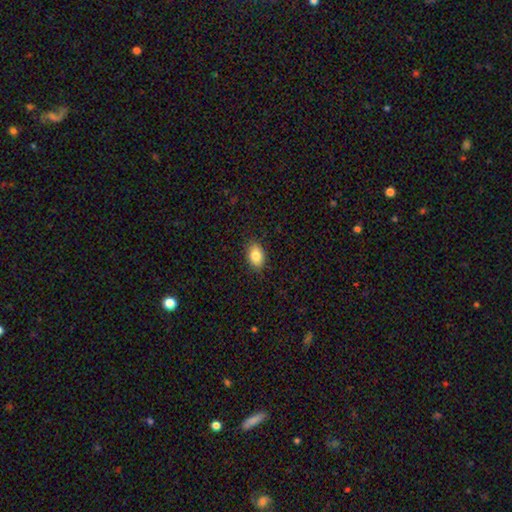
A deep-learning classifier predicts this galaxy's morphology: smooth-or-featured: smooth: 83% | featured or disk: 9% | star or artifact: 8%
  how-rounded: in between: 85% | round: 13% | cigar-shaped: 1%
  merging: none: 87% | minor disturbance: 10% | major disturbance: 2% | merger: 1%